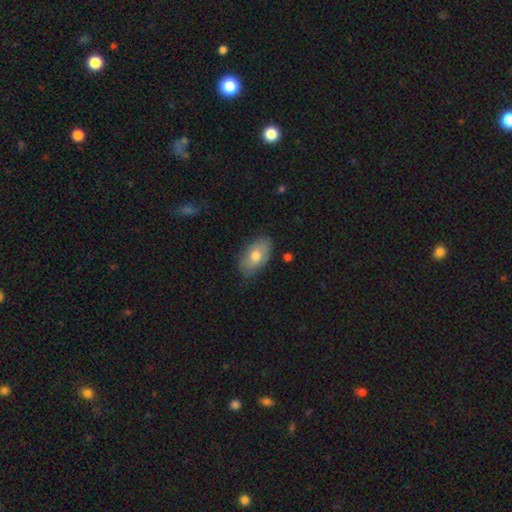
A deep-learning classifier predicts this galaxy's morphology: smooth 75%, featured or disk 19%, star or artifact 6%. Down the decision tree: how rounded — in between (93%); merging — none (78%).